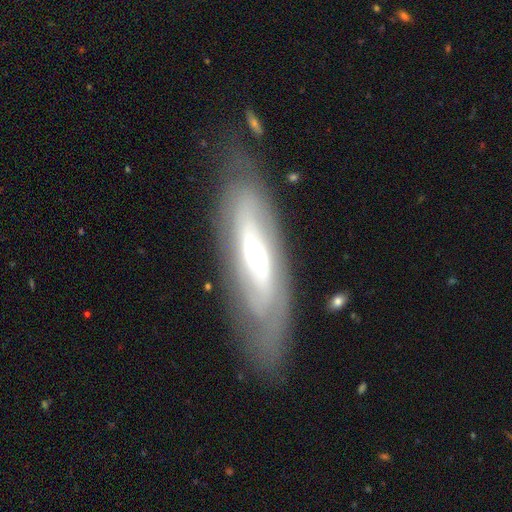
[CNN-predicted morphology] Smooth or featured? Predicted: featured or disk (p=0.74). Edge-on disk? Predicted: no (p=0.75). Bar? Predicted: no (p=0.48). Spiral arms? Predicted: yes (p=0.75). Bulge size? Predicted: moderate (p=0.47). Merging? Predicted: none (p=0.77).